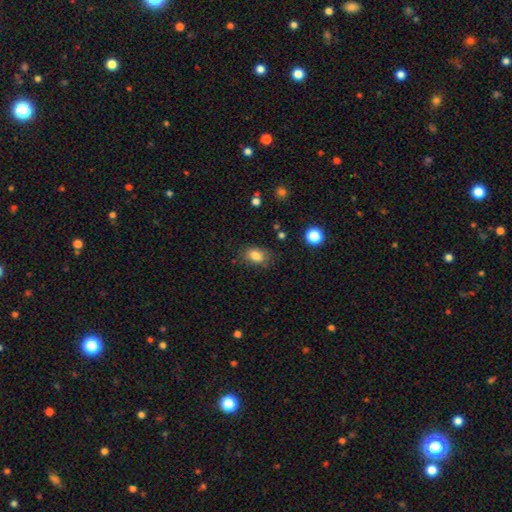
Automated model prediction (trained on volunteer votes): Overall: smooth (83%). How rounded: in between (81%). Merging: none (72%).